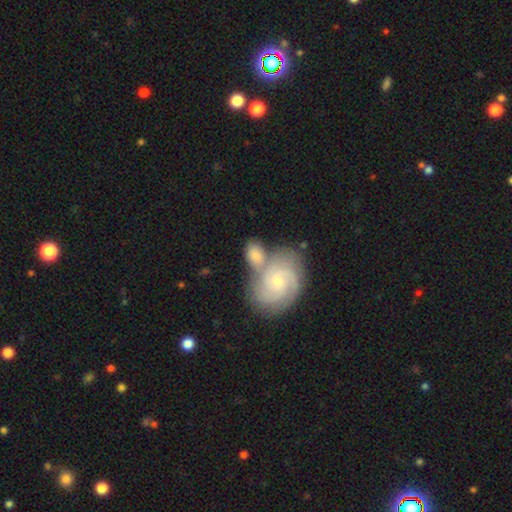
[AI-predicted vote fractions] Q: Smooth or featured?
A: featured or disk (53%); runner-up: smooth (40%)
Q: Edge-on disk?
A: no (96%); runner-up: yes (4%)
Q: Bar?
A: no (63%); runner-up: weak (30%)
Q: Spiral arms?
A: yes (88%); runner-up: no (12%)
Q: Bulge size?
A: small (60%); runner-up: moderate (31%)
Q: Merging?
A: merger (46%); runner-up: none (37%)